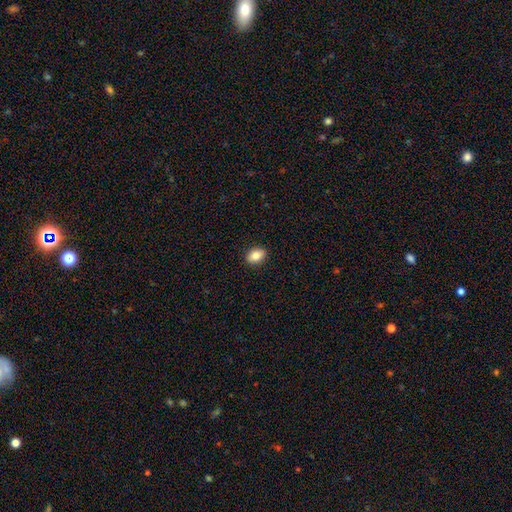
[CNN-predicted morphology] This appears to be a smooth galaxy with no disk features (84%) that is in between round and cigar-shaped (79%). Merging: none (90%).